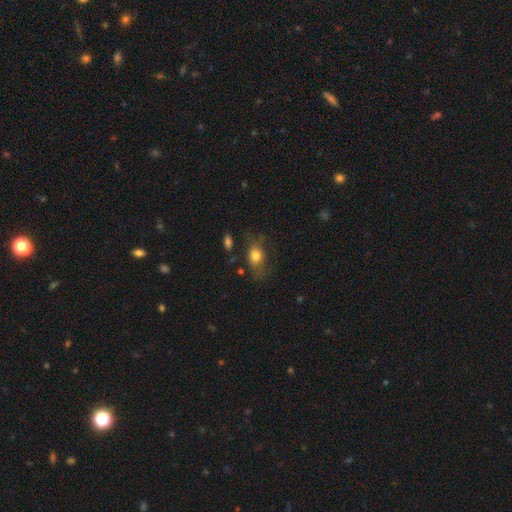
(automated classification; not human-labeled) Overall: smooth (74%). How rounded: in between (75%). Merging: none (56%; minor disturbance 25%).